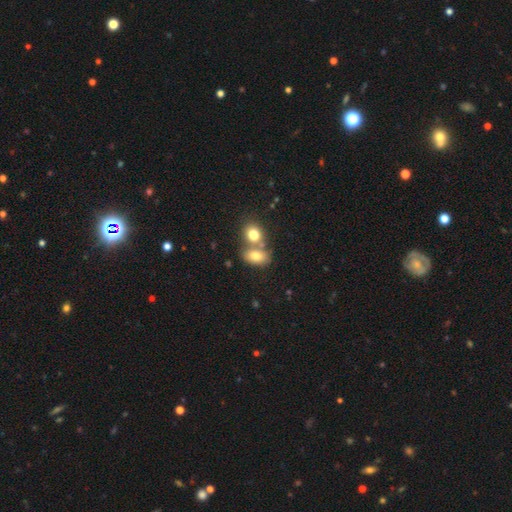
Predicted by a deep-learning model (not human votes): smooth 76%, featured or disk 14%, star or artifact 10%. Down the decision tree: how rounded — in between (75%); merging — merger (51%).